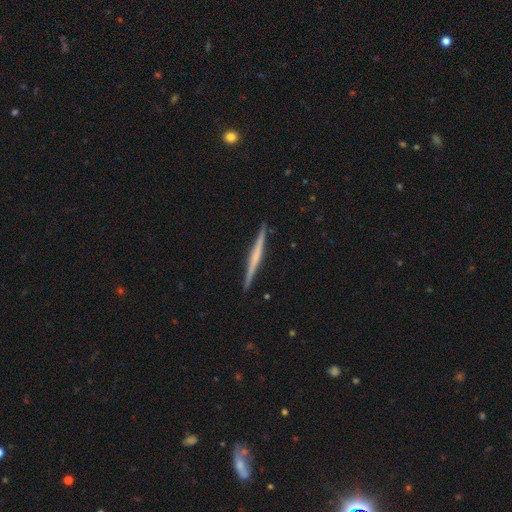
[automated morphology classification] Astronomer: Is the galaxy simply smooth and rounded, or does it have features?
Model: featured or disk — 65%.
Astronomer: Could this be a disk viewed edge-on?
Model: yes — 98%.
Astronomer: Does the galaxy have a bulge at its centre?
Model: none — 56%.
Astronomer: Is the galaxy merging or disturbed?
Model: none — 92%.